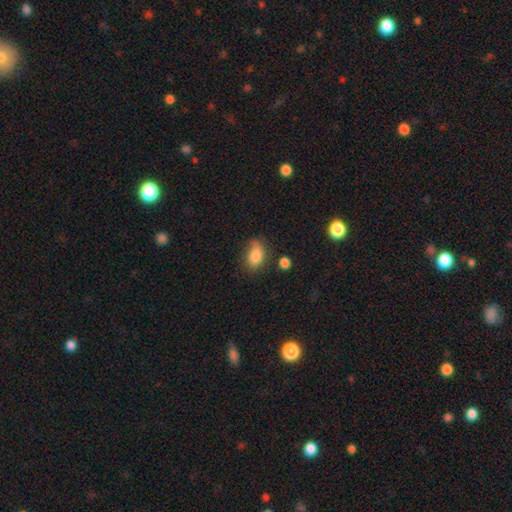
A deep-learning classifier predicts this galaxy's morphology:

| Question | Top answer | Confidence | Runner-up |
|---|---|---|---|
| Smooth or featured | smooth | 83% | star or artifact (9%) |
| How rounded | in between | 84% | round (14%) |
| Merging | none | 62% | minor disturbance (25%) |